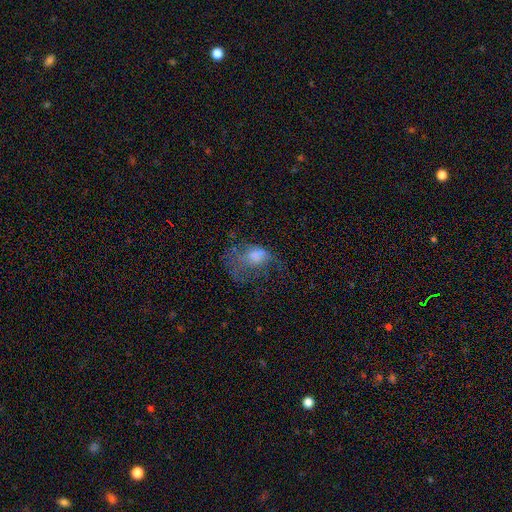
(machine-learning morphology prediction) smooth 49%, featured or disk 37%, star or artifact 15%. Down the decision tree: merging — major disturbance (54%).